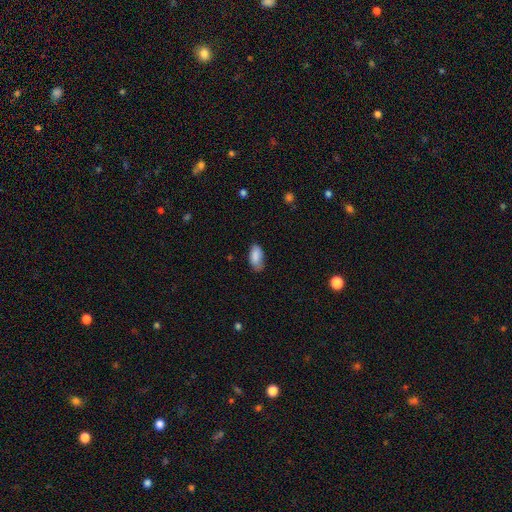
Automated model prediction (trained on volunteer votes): Smooth or featured: smooth — 87% (star or artifact — 7%)
How rounded: in between — 92% (cigar-shaped — 5%)
Merging: none — 69% (minor disturbance — 25%)